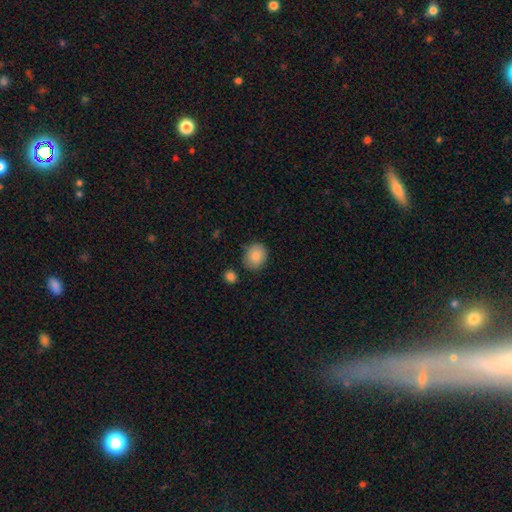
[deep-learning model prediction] A smooth galaxy with no disk features (86%) that is round (66%). Merging: none (80%).